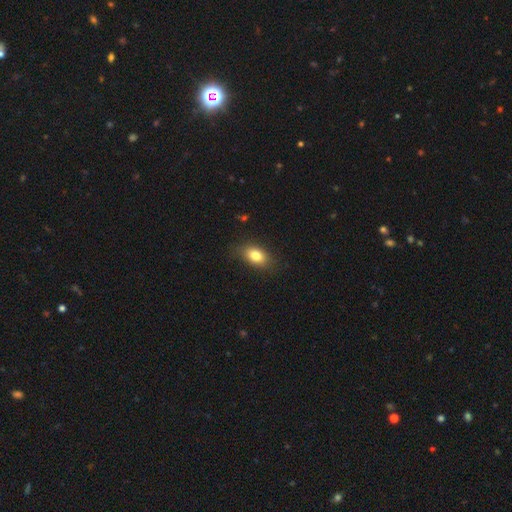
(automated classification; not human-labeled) A smooth galaxy with no disk features (81%) that is in between round and cigar-shaped (85%). Merging: none (81%).